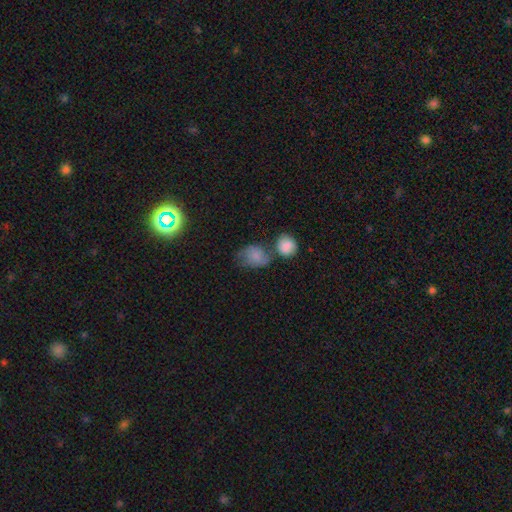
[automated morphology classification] Smooth or featured?
  - smooth: 79% *
  - featured or disk: 12%
  - star or artifact: 9%
How rounded?
  - in between: 62% *
  - round: 37%
  - cigar-shaped: 1%
Merging?
  - merger: 35% *
  - none: 34%
  - minor disturbance: 20%
  - major disturbance: 11%